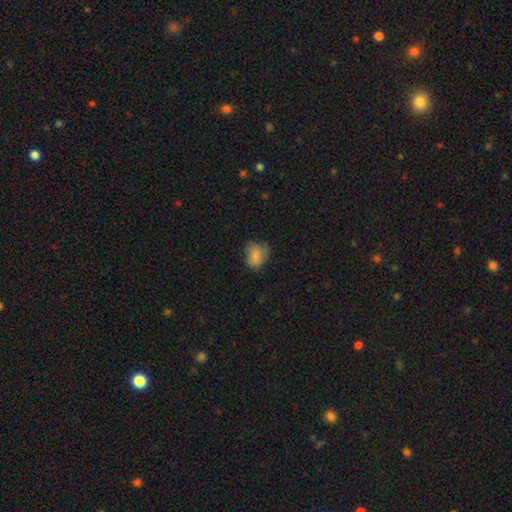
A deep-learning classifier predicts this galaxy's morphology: Q: Smooth or featured?
A: smooth (78%); runner-up: featured or disk (13%)
Q: How rounded?
A: in between (53%); runner-up: round (45%)
Q: Merging?
A: none (54%); runner-up: minor disturbance (31%)